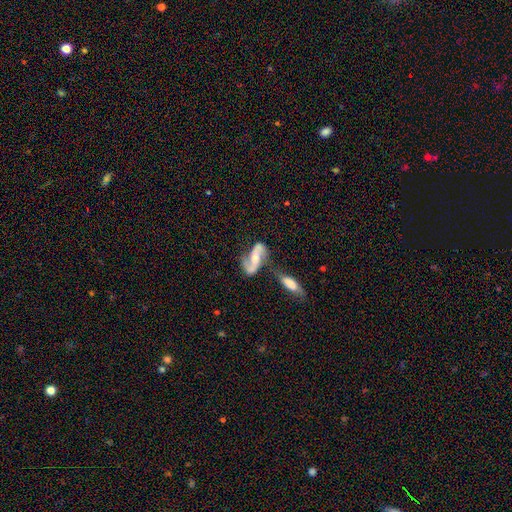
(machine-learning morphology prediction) Smooth or featured? featured or disk (83%)
Edge-on disk? no (93%)
Bar? weak (39%)
Spiral arms? yes (95%)
Spiral winding? loose (63%)
Spiral arm count? 2 (91%)
Bulge size? small (39%)
Merging? none (47%)